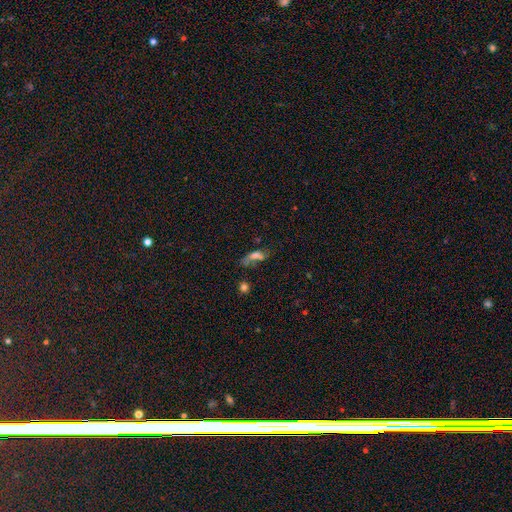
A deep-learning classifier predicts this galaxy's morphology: smooth 54%, featured or disk 28%, star or artifact 18%. Down the decision tree: how rounded — in between (64%); merging — none (33%).